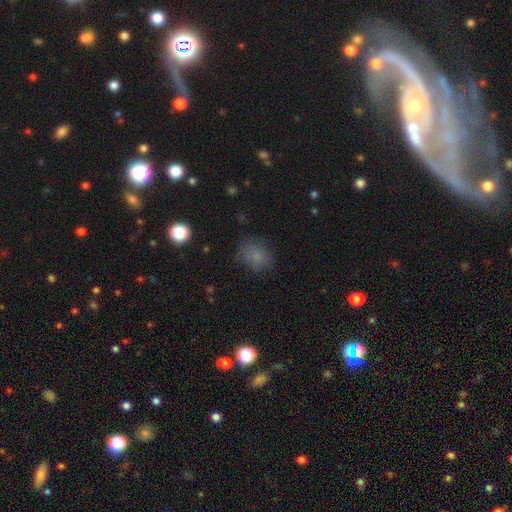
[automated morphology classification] Smooth or featured? Predicted: smooth (p=0.77). How rounded? Predicted: round (p=0.58). Merging? Predicted: none (p=0.70).